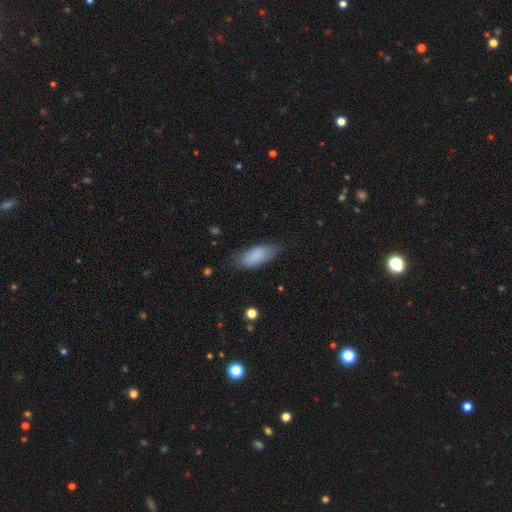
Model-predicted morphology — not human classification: smooth 85%, featured or disk 9%, star or artifact 6%. Down the decision tree: how rounded — in between (84%); merging — none (71%).